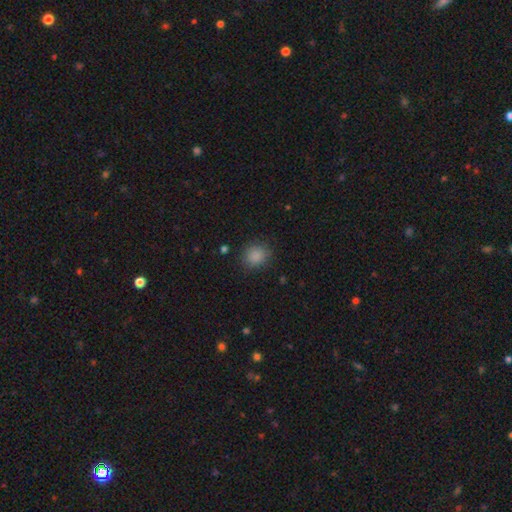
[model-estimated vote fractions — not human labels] Smooth or featured? Predicted: smooth (p=0.86). How rounded? Predicted: round (p=0.79). Merging? Predicted: none (p=0.84).